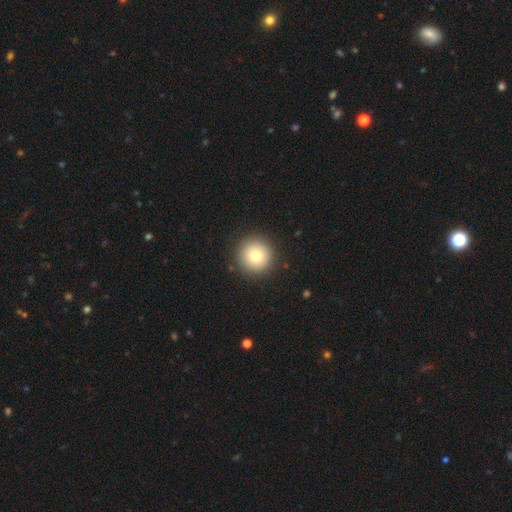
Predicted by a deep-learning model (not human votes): Smooth or featured? Predicted: smooth (p=0.79). How rounded? Predicted: round (p=0.96). Merging? Predicted: none (p=0.91).